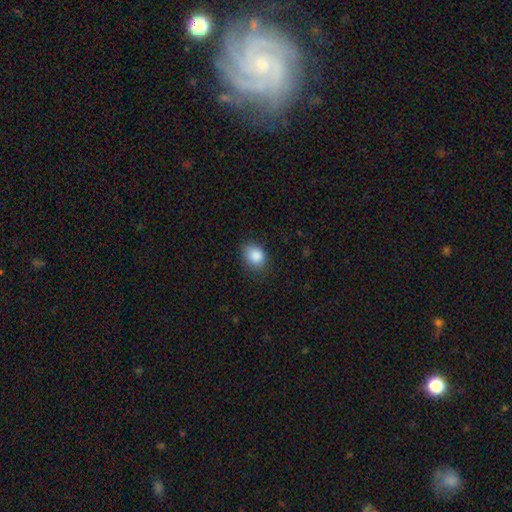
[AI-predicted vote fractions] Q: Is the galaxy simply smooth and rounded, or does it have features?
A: smooth — 88%.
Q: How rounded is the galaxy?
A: in between — 55%.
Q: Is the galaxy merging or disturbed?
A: none — 78%.